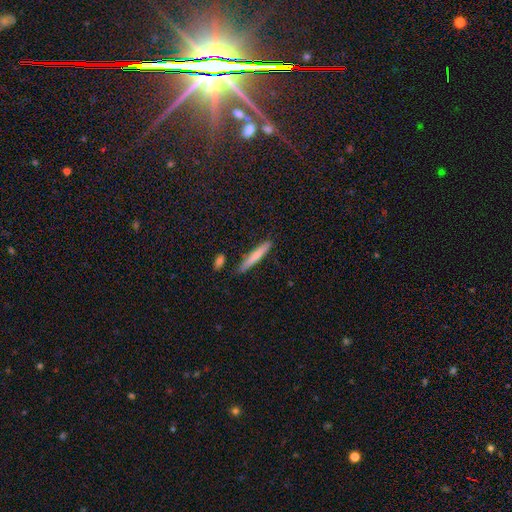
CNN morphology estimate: Smooth or featured? smooth (72%)
How rounded? cigar-shaped (95%)
Merging? none (84%)